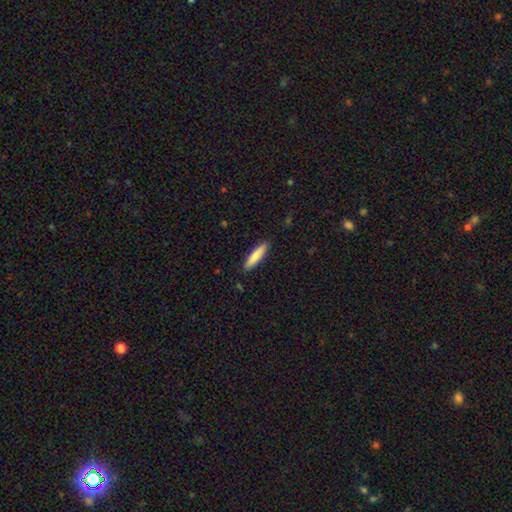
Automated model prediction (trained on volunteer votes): smooth 84%, featured or disk 10%, star or artifact 5%. Down the decision tree: how rounded — cigar-shaped (81%); merging — none (90%).